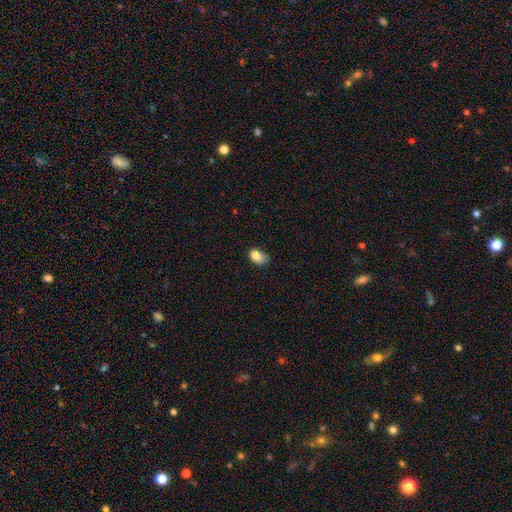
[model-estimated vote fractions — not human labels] A smooth galaxy with no disk features (80%) that is in between round and cigar-shaped (81%).

Vote fractions:
- Smooth or featured? smooth: 80% / featured or disk: 10% / star or artifact: 9%
- How rounded? in between: 81% / round: 18% / cigar-shaped: 1%
- Merging? minor disturbance: 40% (tied) / none: 40% (tied) / major disturbance: 16% / merger: 4%